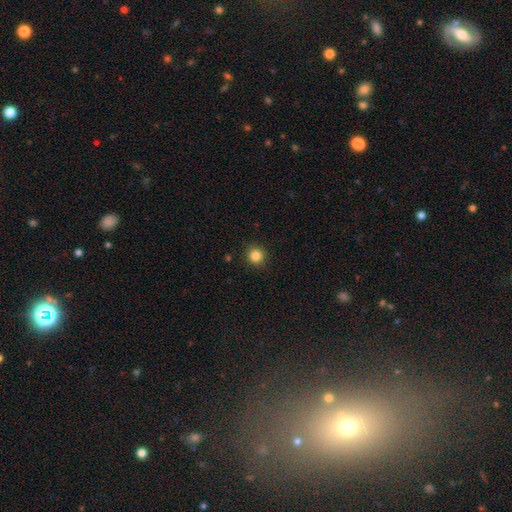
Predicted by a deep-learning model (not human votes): A smooth galaxy with no disk features (84%) that is round (93%). Merging: none (92%).